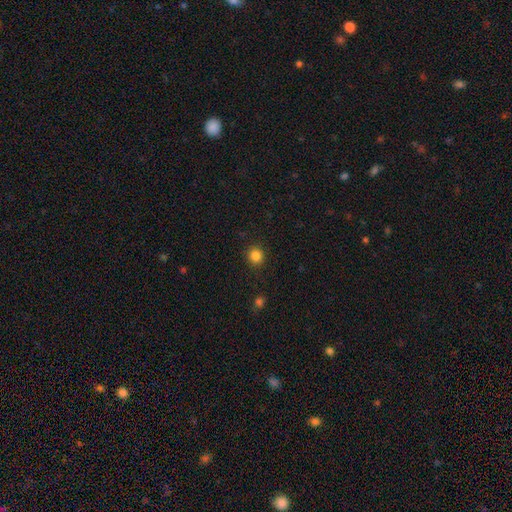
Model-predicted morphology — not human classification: The model was most divided on "smooth or featured": smooth: 84%, star or artifact: 12%, featured or disk: 4%. More confident: merging — none (91%); how rounded — round (90%).